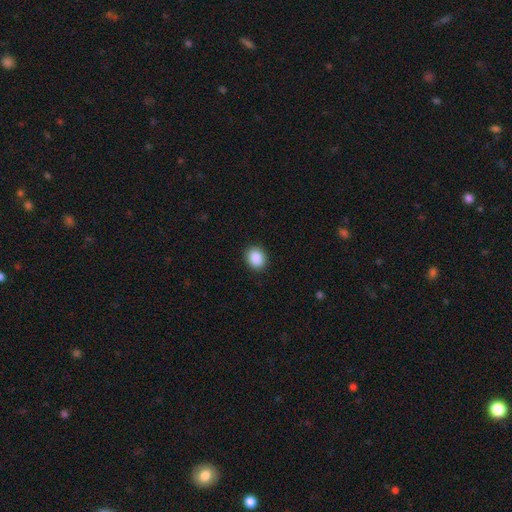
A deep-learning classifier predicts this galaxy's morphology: This is clearly a smooth galaxy (89%). How rounded: likely round (62%). Merging: clearly none (90%).